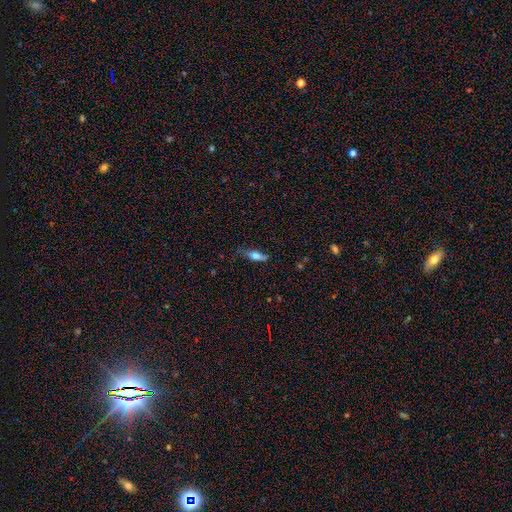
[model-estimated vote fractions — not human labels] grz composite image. It shows a smooth galaxy with no disk features (59%) that is cigar-shaped (49%). Merging: none (61%).